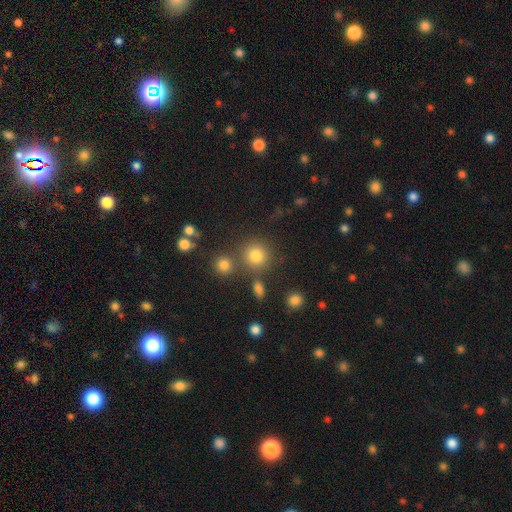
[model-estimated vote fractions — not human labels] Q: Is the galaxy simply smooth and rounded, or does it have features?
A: smooth — 80%.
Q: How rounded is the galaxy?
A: round — 91%.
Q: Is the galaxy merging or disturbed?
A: none — 74%.